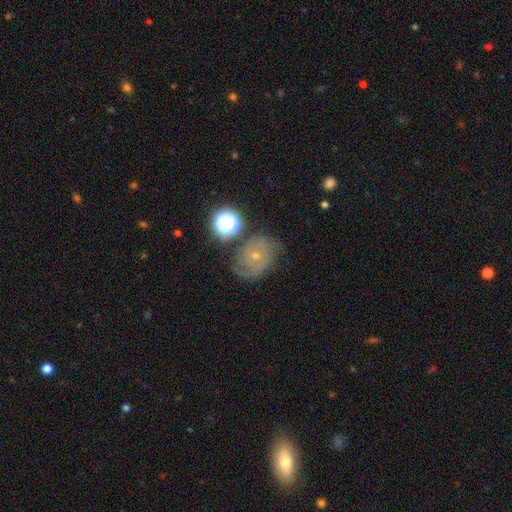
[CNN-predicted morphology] Overall: featured or disk (69%). Edge-on disk: no (97%). Bar: no (73%). Spiral arms: yes (92%). Spiral arm count: 2 (45%; can't tell 27%). Spiral winding: tight (52%; medium 36%). Bulge size: small (73%). Merging: none (69%).